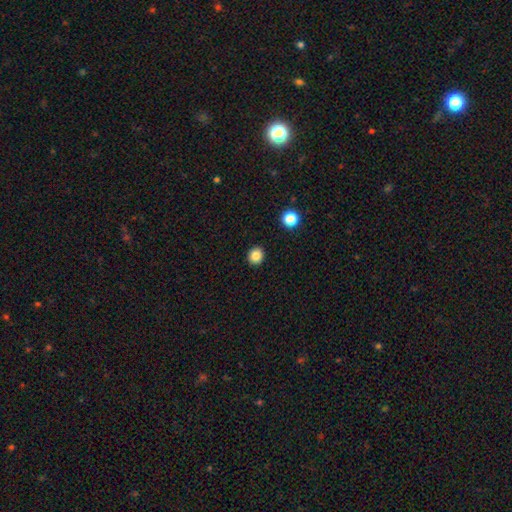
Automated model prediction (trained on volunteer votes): smooth_or_featured: smooth (p=0.84) [alt: star or artifact p=0.11]
how_rounded: round (p=0.89) [alt: in between p=0.11]
merging: none (p=0.92) [alt: minor disturbance p=0.05]